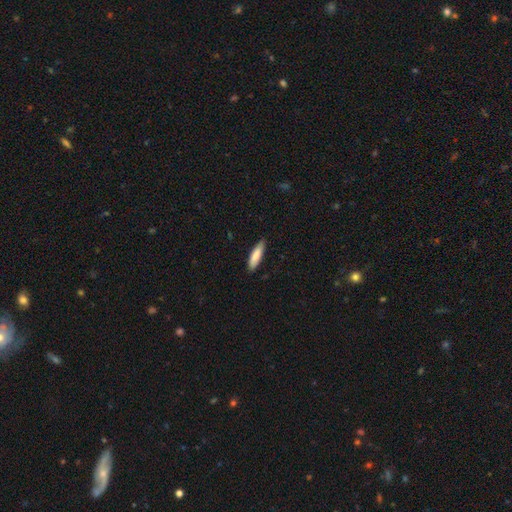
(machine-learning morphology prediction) smooth-or-featured: smooth: 84% | featured or disk: 11% | star or artifact: 5%
  how-rounded: cigar-shaped: 65% | in between: 33% | round: 1%
  merging: none: 85% | minor disturbance: 12% | major disturbance: 2% | merger: 1%